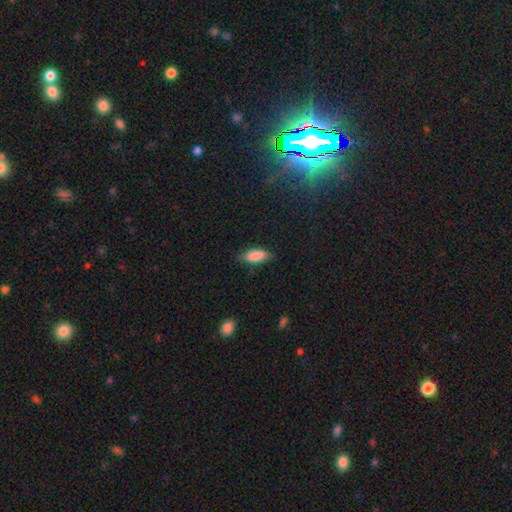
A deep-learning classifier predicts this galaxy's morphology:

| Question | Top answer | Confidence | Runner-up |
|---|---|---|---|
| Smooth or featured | smooth | 86% | featured or disk (7%) |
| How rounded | in between | 85% | cigar-shaped (12%) |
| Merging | none | 72% | minor disturbance (22%) |